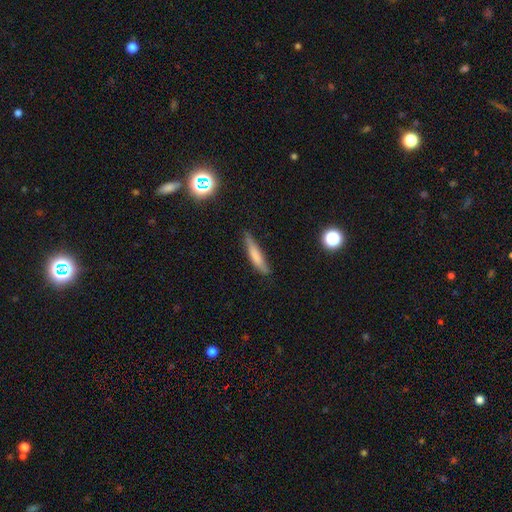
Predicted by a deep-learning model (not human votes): Smooth or featured?
  - smooth: 72% *
  - featured or disk: 21%
  - star or artifact: 8%
How rounded?
  - cigar-shaped: 86% *
  - in between: 12%
  - round: 2%
Merging?
  - none: 74% *
  - minor disturbance: 20%
  - major disturbance: 4%
  - merger: 2%